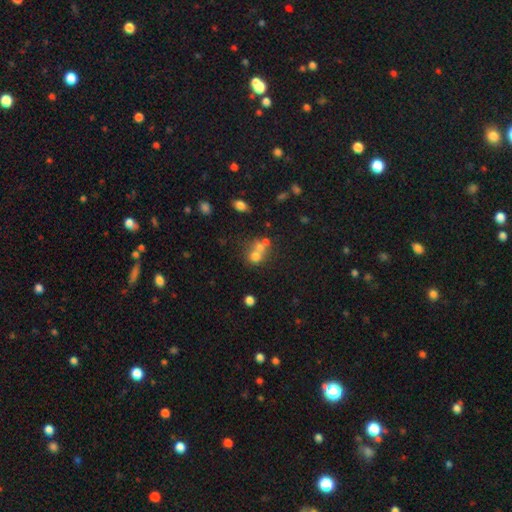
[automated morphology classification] type=smooth (67%); roundness=round (75%); merging=merger (54%).